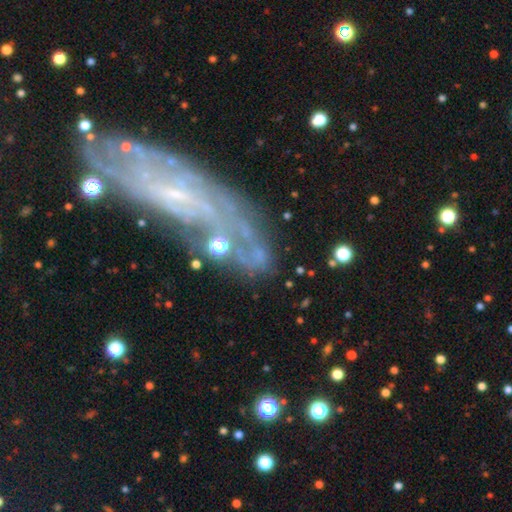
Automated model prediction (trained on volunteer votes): Smooth or featured? Predicted: featured or disk (p=0.37). Merging? Predicted: none (p=0.52).